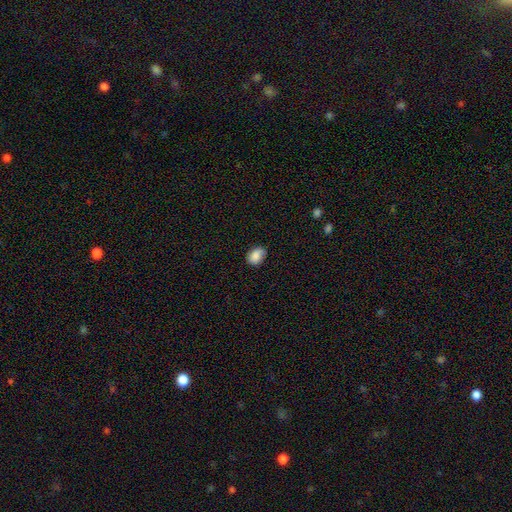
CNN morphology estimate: The model was most divided on "how rounded": in between: 67%, round: 32%, cigar-shaped: 1%. More confident: smooth or featured — smooth (85%); merging — none (73%).